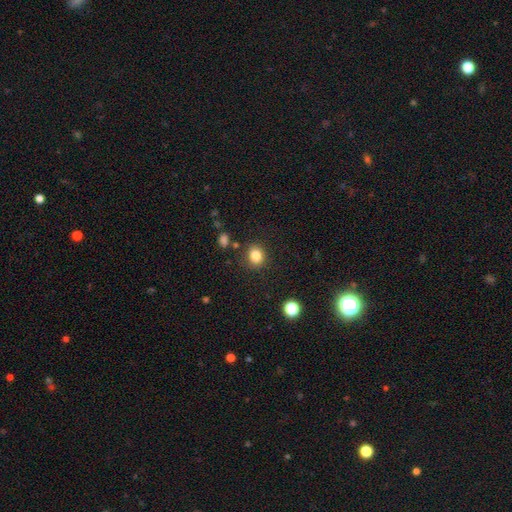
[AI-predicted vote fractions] A smooth galaxy with no disk features (84%) that is round (64%).

Vote fractions:
- Smooth or featured? smooth: 84% / star or artifact: 11% / featured or disk: 5%
- How rounded? round: 64% / in between: 35% / cigar-shaped: 1%
- Merging? none: 84% / minor disturbance: 9% / major disturbance: 3% / merger: 3%